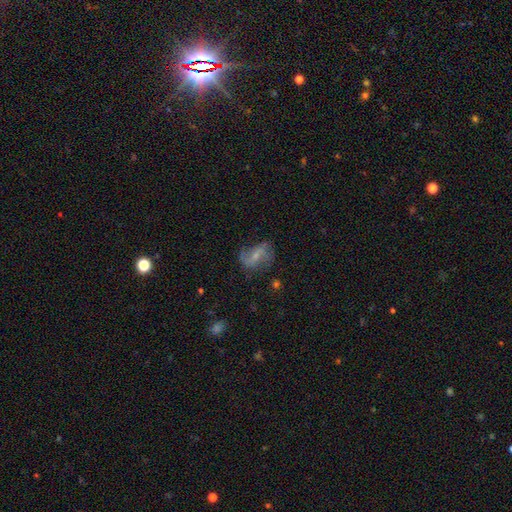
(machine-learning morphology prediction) This is likely a featured or disk galaxy (67%). It is clearly not viewed edge-on (96%). Bar: possibly weak (46%). Spiral arm pattern: clearly yes (87%). Spiral arm count: clearly 2 (81%). Spiral winding: possibly loose (56%). Central bulge: possibly small (56%). Merging: likely none (60%).